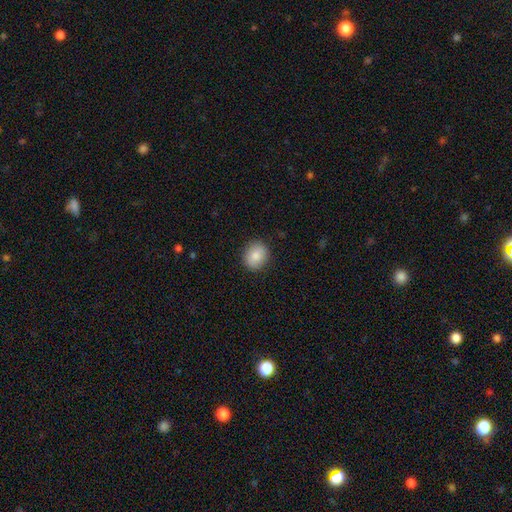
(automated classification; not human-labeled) A smooth galaxy with no disk features (86%) that is round (64%).

Vote fractions:
- Smooth or featured? smooth: 86% / star or artifact: 8% / featured or disk: 6%
- How rounded? round: 64% / in between: 35% / cigar-shaped: 1%
- Merging? none: 88% / minor disturbance: 8% / major disturbance: 2% / merger: 1%